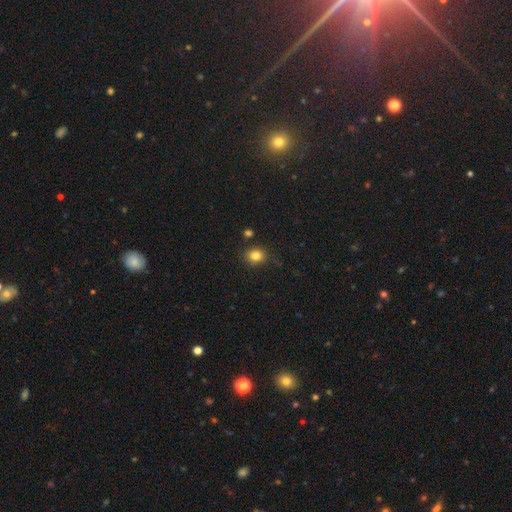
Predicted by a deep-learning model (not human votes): Overall: smooth (82%). How rounded: round (74%). Merging: none (83%).